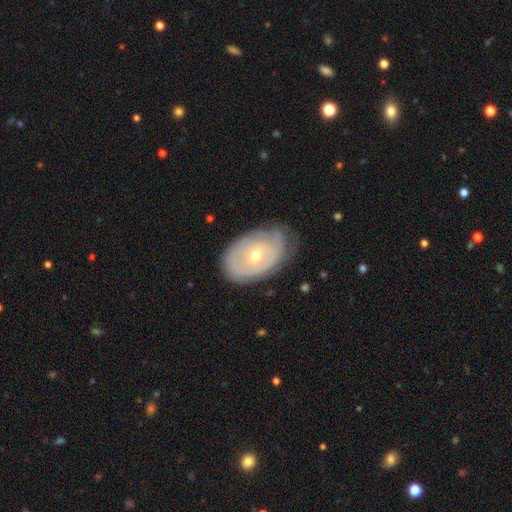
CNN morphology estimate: The model was most divided on "bulge size": moderate: 52%, small: 45%, large: 2%, none: 1%, dominant: 1%. More confident: edge-on disk — no (93%); bar — no (75%); smooth or featured — featured or disk (65%); merging — none (59%); spiral arms — yes (55%).